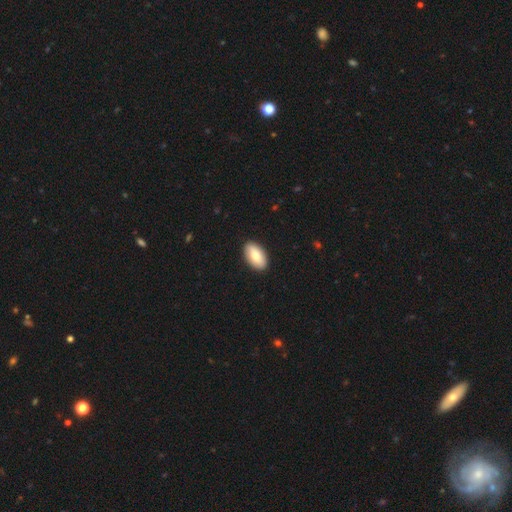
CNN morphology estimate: Smooth or featured?
  - smooth: 81% *
  - featured or disk: 14%
  - star or artifact: 6%
How rounded?
  - in between: 94% *
  - round: 3%
  - cigar-shaped: 3%
Merging?
  - none: 90% *
  - minor disturbance: 8%
  - major disturbance: 2%
  - merger: 1%